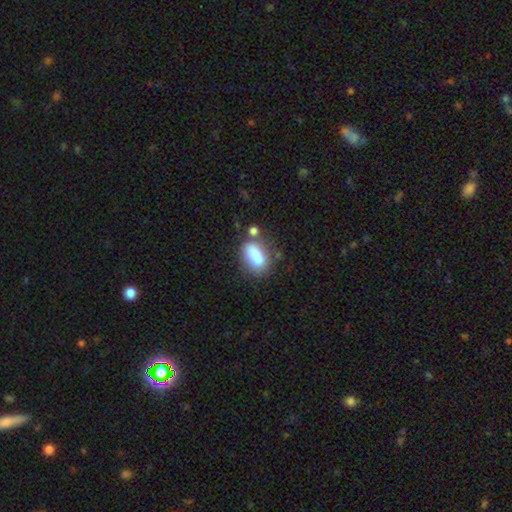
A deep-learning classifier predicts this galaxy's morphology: smooth-or-featured: smooth: 80% | featured or disk: 11% | star or artifact: 9%
  how-rounded: in between: 85% | round: 10% | cigar-shaped: 5%
  merging: none: 47% | merger: 21% | minor disturbance: 21% | major disturbance: 11%